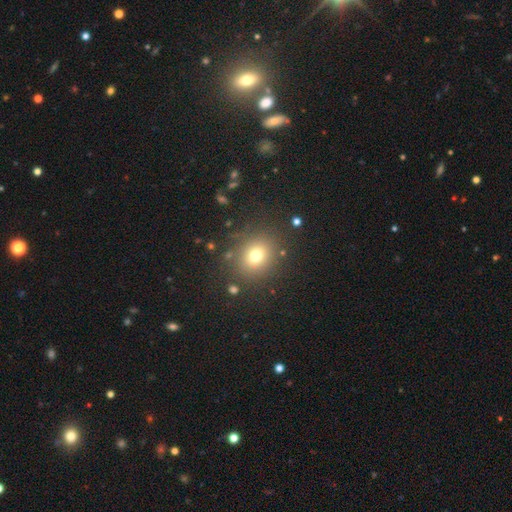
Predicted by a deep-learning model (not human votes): smooth-or-featured: smooth: 72% | star or artifact: 17% | featured or disk: 11%
  how-rounded: round: 74% | in between: 25% | cigar-shaped: 1%
  merging: none: 85% | minor disturbance: 9% | major disturbance: 4% | merger: 2%